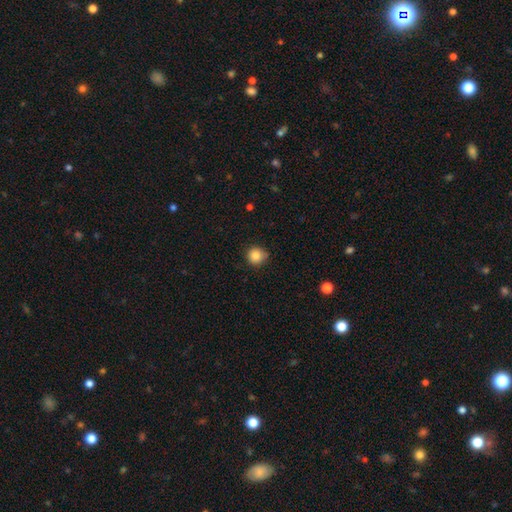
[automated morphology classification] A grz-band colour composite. It shows a smooth galaxy with no disk features (85%) that is round (92%). Merging: none (81%).